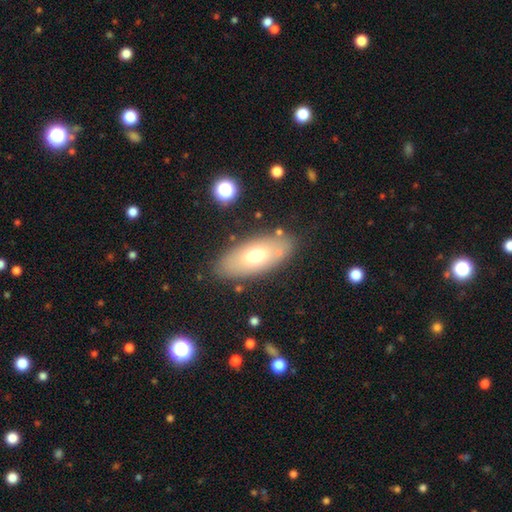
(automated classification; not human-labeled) This appears to be a smooth galaxy with no disk features (65%) that is in between round and cigar-shaped (86%). Merging: none (81%).